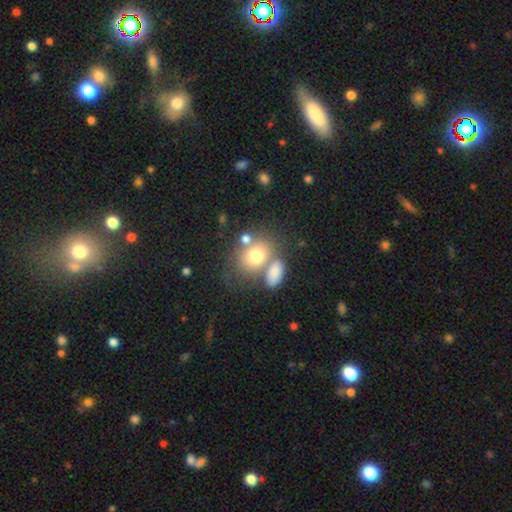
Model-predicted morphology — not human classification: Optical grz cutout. It shows a smooth galaxy with no disk features (71%) that is in between round and cigar-shaped (53%). Merging: none (43%).